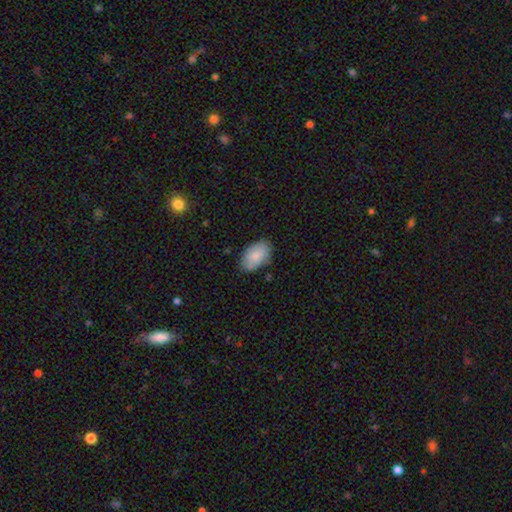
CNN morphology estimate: The model was most divided on "merging": none: 79%, minor disturbance: 16%, major disturbance: 3%, merger: 2%. More confident: how rounded — in between (93%); smooth or featured — smooth (85%).